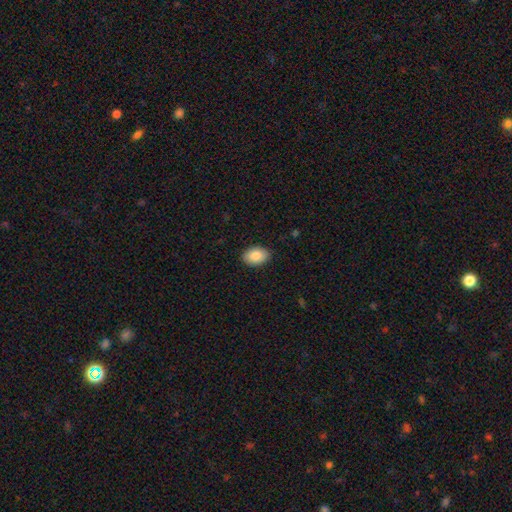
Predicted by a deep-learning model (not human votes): Morphology: type=smooth (86%); roundness=in between (86%); merging=none (89%).